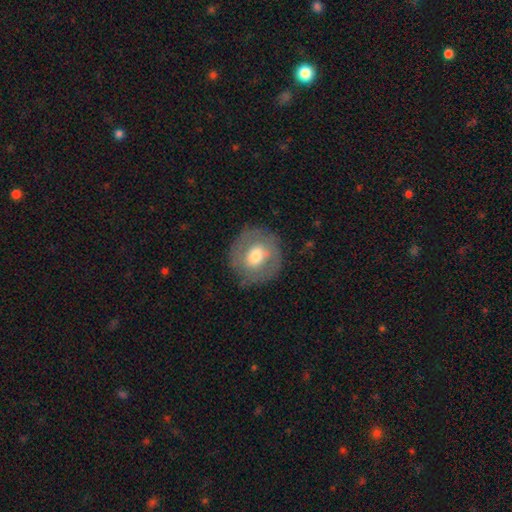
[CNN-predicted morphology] Smooth or featured? Predicted: smooth (p=0.53). How rounded? Predicted: round (p=0.83). Merging? Predicted: none (p=0.79).